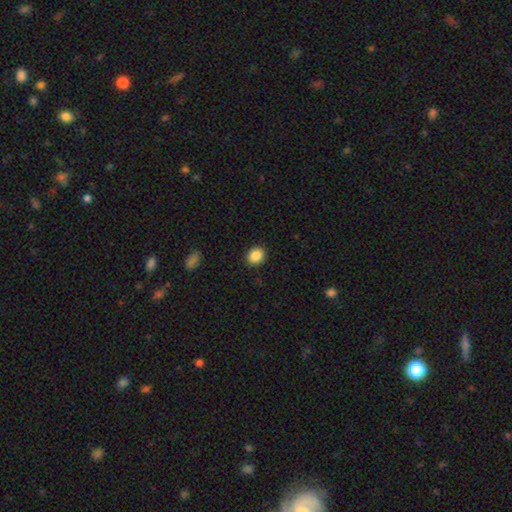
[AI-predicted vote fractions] The model was most divided on "how rounded": round: 59%, in between: 40%, cigar-shaped: 1%. More confident: merging — none (90%); smooth or featured — smooth (88%).